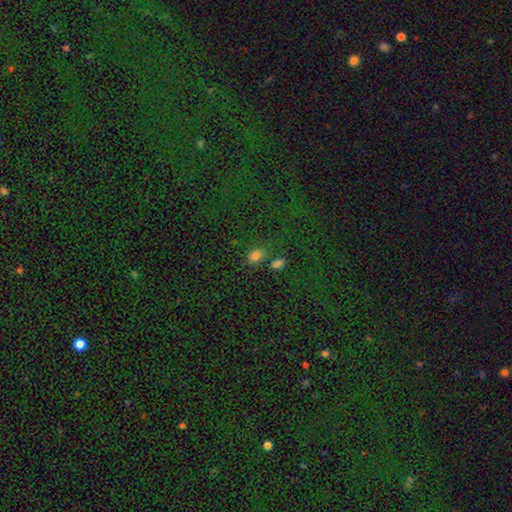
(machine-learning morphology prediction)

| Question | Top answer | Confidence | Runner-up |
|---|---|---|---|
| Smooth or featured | smooth | 73% | star or artifact (21%) |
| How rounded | in between | 65% | round (33%) |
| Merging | none | 62% | merger (17%) |